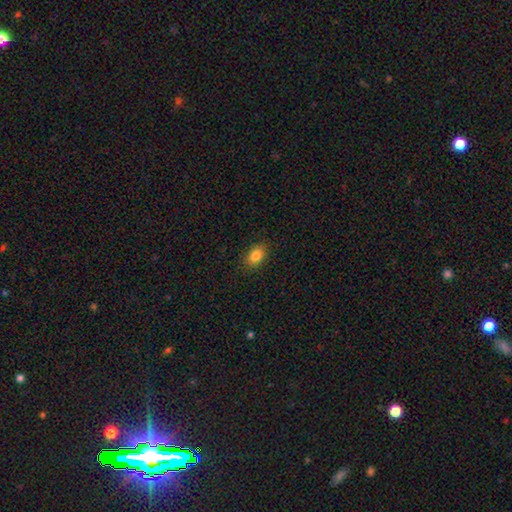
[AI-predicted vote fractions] A smooth galaxy with no disk features (84%) that is in between round and cigar-shaped (75%). Merging: none (88%).